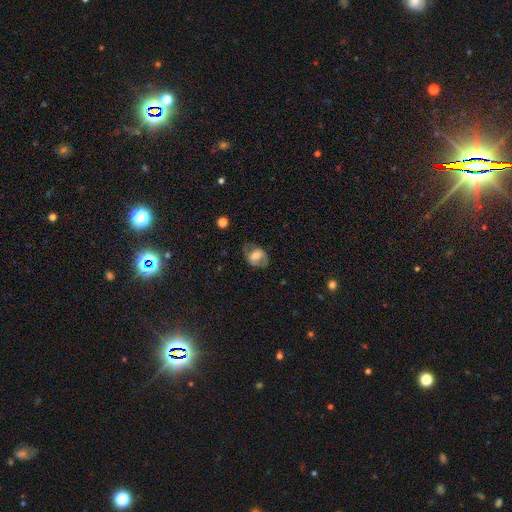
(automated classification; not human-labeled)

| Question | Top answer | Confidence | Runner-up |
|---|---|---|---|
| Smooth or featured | smooth | 51% | featured or disk (40%) |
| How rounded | in between | 70% | round (28%) |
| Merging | none | 58% | minor disturbance (24%) |